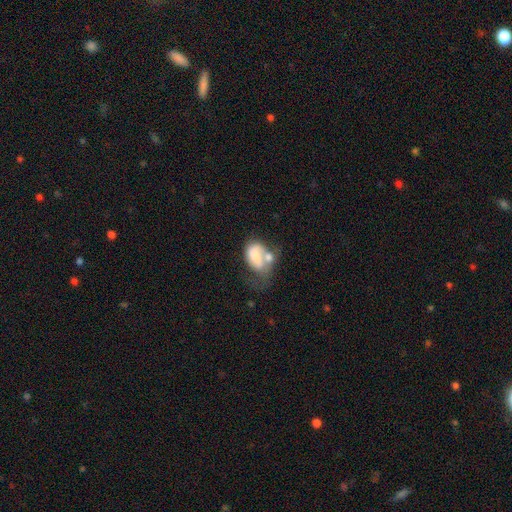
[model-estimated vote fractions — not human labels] A smooth galaxy with no disk features (56%) that is in between round and cigar-shaped (84%).

Vote fractions:
- Smooth or featured? smooth: 56% / featured or disk: 36% / star or artifact: 8%
- How rounded? in between: 84% / round: 15% / cigar-shaped: 2%
- Merging? merger: 49% / major disturbance: 24% / minor disturbance: 14% / none: 13%